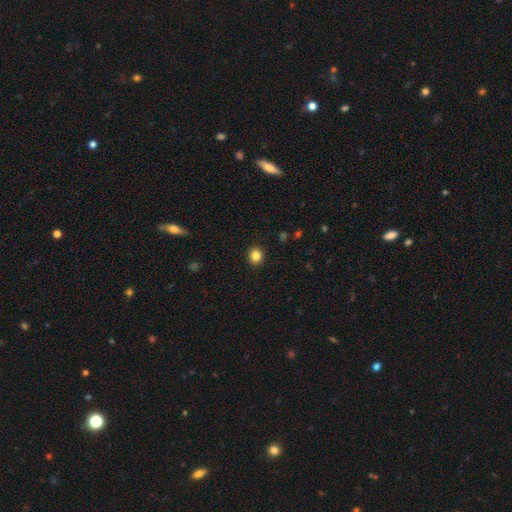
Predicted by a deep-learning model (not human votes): Smooth or featured: smooth — 84% (star or artifact — 11%)
How rounded: round — 79% (in between — 20%)
Merging: none — 92% (minor disturbance — 6%)